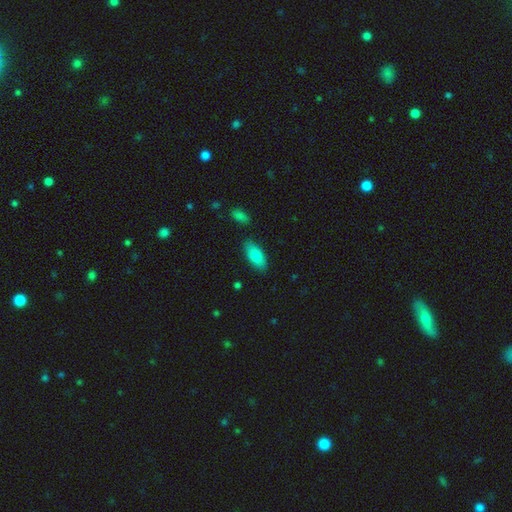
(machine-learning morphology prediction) smooth_or_featured: smooth (p=0.81) [alt: featured or disk p=0.12]
how_rounded: in between (p=0.84) [alt: cigar-shaped p=0.14]
merging: none (p=0.83) [alt: minor disturbance p=0.12]